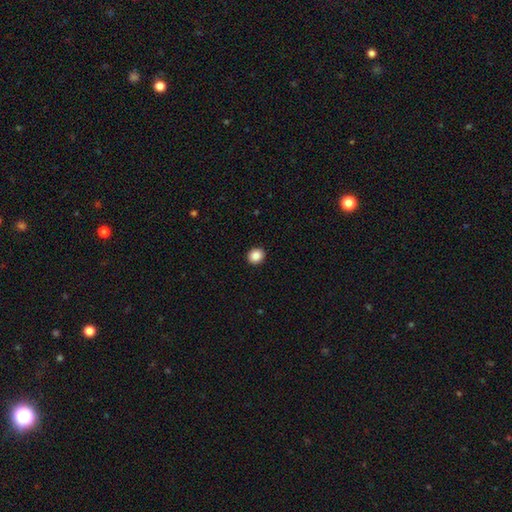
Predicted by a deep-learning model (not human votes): This appears to be a smooth galaxy with no disk features (88%) that is round (77%). Merging: none (93%).